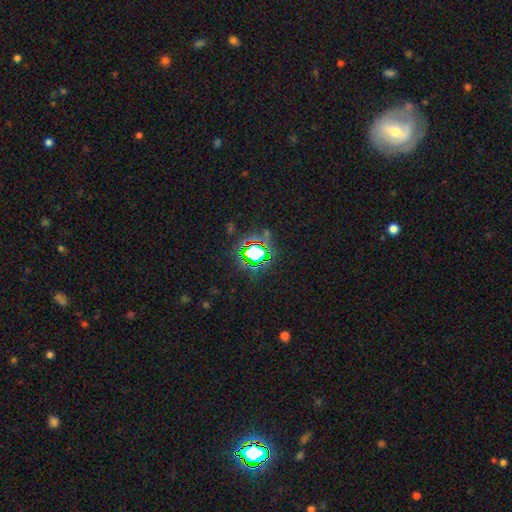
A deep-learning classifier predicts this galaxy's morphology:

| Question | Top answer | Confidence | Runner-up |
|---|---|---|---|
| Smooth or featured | star or artifact | 73% | smooth (16%) |